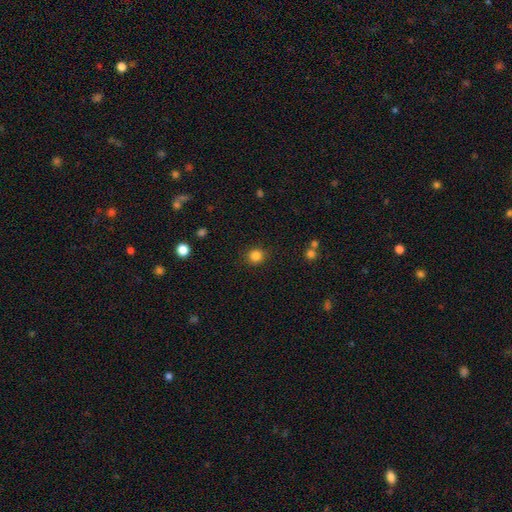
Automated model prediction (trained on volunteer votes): Q: Smooth or featured?
A: smooth (84%); runner-up: star or artifact (12%)
Q: How rounded?
A: round (89%); runner-up: in between (10%)
Q: Merging?
A: none (88%); runner-up: minor disturbance (8%)